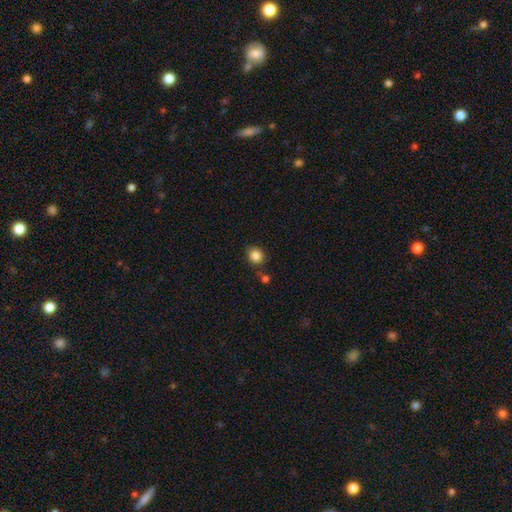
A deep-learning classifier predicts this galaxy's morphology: Q: Smooth or featured?
A: smooth (86%); runner-up: star or artifact (10%)
Q: How rounded?
A: round (80%); runner-up: in between (19%)
Q: Merging?
A: none (79%); runner-up: minor disturbance (11%)